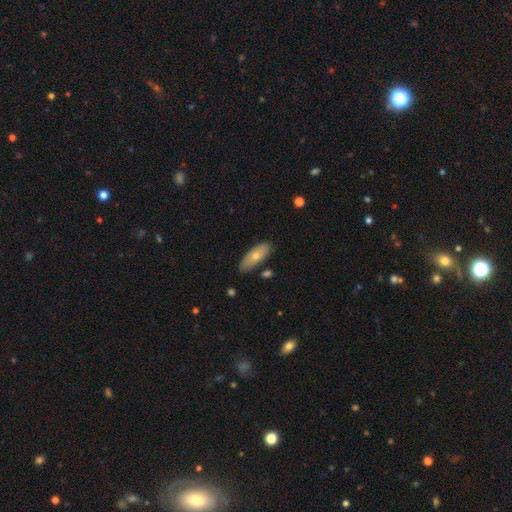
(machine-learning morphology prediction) Smooth or featured? smooth (67%)
How rounded? in between (70%)
Merging? none (81%)